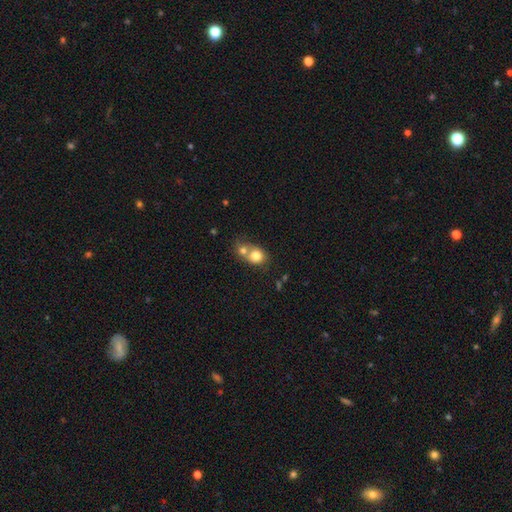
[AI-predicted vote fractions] Overall: smooth (77%). How rounded: round (69%; in between 30%). Merging: merger (61%; none 28%).